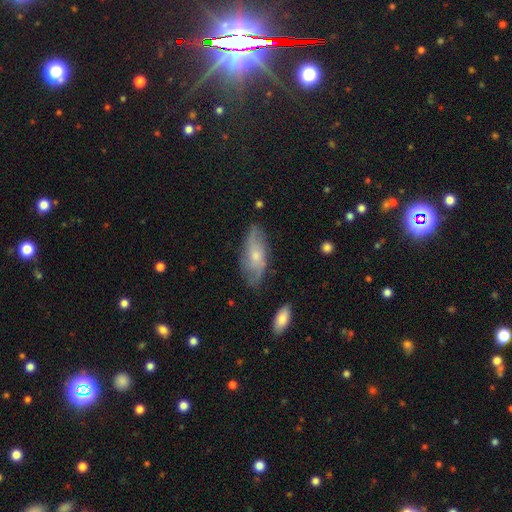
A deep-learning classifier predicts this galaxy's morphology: type=featured or disk (53%); edge-on=no (84%); merging=none (74%).